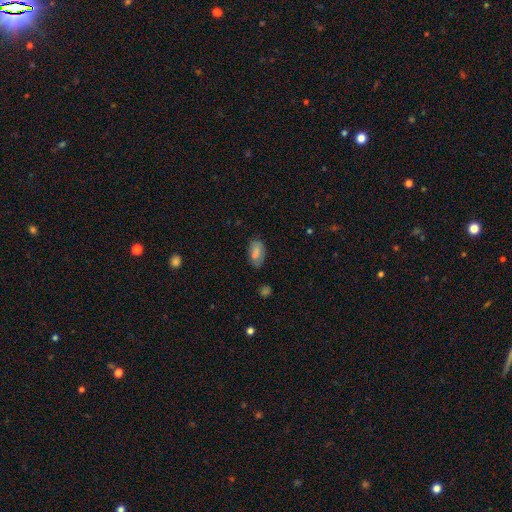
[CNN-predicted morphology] smooth 62%, featured or disk 21%, star or artifact 17%. Down the decision tree: how rounded — in between (90%); merging — none (78%).